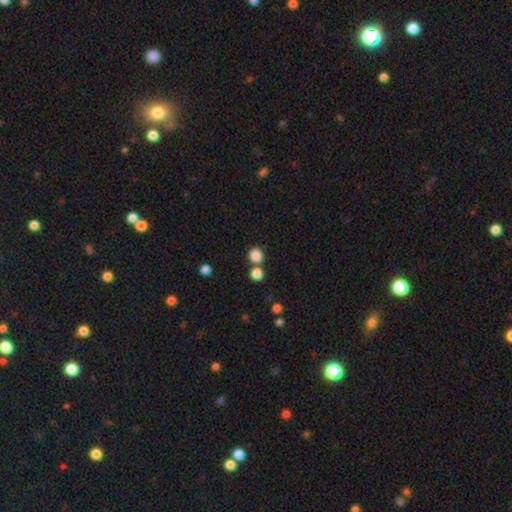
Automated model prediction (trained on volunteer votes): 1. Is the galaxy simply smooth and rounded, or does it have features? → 84% smooth, 11% star or artifact, 4% featured or disk.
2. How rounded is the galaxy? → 86% round, 13% in between, 1% cigar-shaped.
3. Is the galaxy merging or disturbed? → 67% none, 23% merger, 8% minor disturbance, 3% major disturbance.